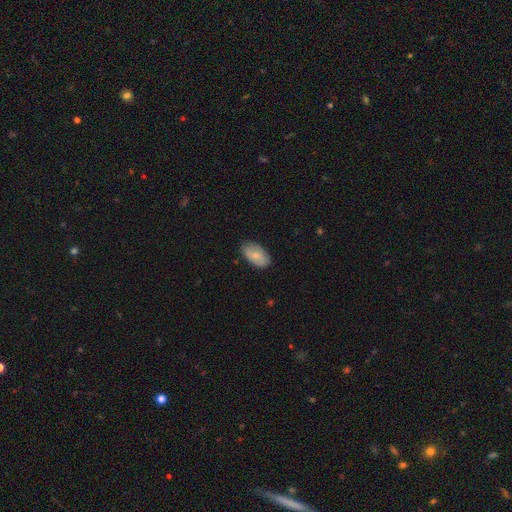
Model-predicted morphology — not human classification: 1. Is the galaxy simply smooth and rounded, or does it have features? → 73% smooth, 21% featured or disk, 6% star or artifact.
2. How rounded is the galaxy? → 94% in between, 4% round, 2% cigar-shaped.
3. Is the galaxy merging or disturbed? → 81% none, 16% minor disturbance, 3% major disturbance, 1% merger.